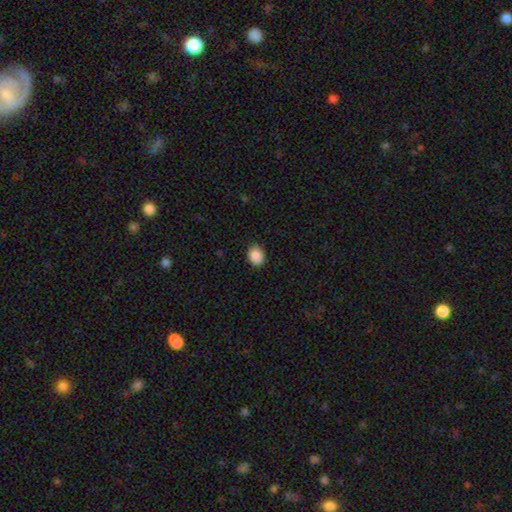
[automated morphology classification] Overall: smooth (89%). How rounded: round (51%; in between 48%). Merging: none (89%).